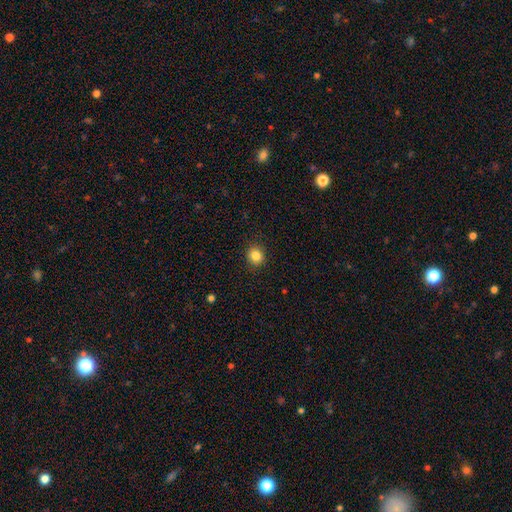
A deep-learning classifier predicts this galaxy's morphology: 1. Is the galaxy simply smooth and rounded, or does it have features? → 84% smooth, 11% star or artifact, 5% featured or disk.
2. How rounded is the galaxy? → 86% round, 13% in between, 1% cigar-shaped.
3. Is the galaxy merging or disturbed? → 90% none, 7% minor disturbance, 2% major disturbance, 1% merger.